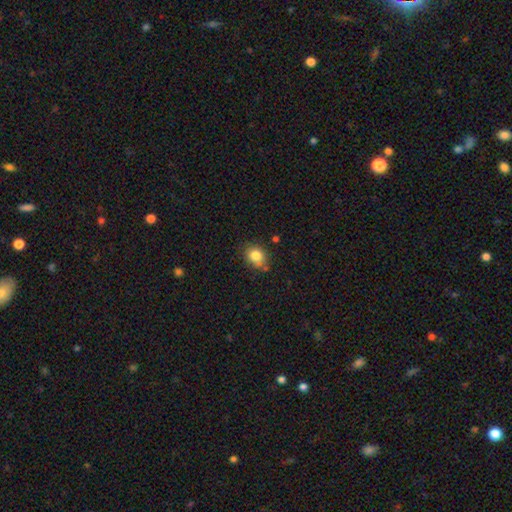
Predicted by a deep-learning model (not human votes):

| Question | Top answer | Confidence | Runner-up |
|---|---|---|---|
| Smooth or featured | smooth | 82% | star or artifact (10%) |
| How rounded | round | 57% | in between (42%) |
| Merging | none | 68% | minor disturbance (20%) |